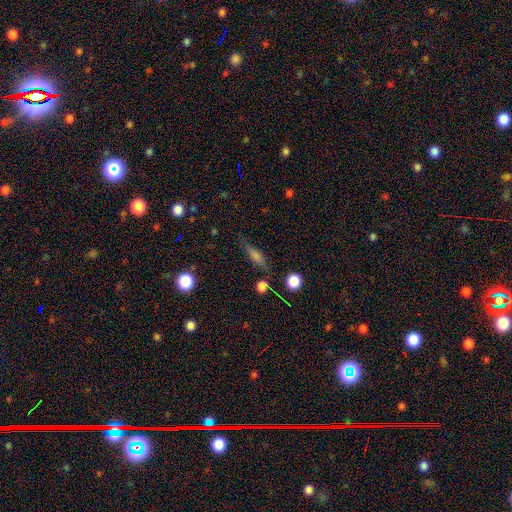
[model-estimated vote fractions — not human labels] Smooth or featured? smooth (48%)
Merging? none (78%)